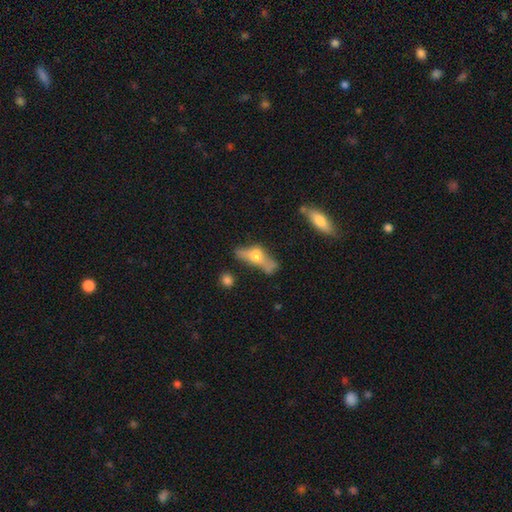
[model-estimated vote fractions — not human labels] A featured or disk galaxy (46%). Merging: none (36%).